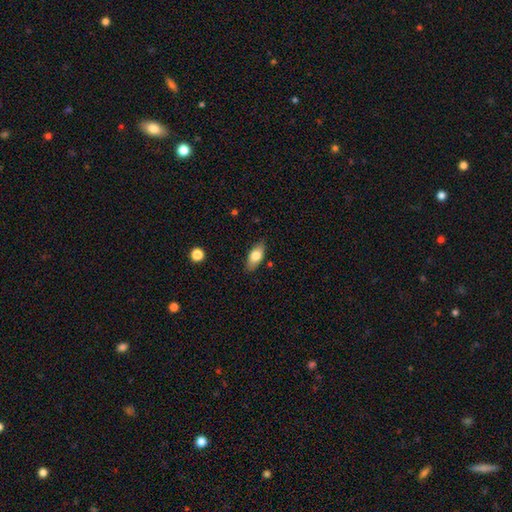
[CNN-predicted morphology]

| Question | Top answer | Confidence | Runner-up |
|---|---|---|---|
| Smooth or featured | smooth | 74% | featured or disk (19%) |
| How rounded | in between | 84% | cigar-shaped (13%) |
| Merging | none | 84% | minor disturbance (12%) |